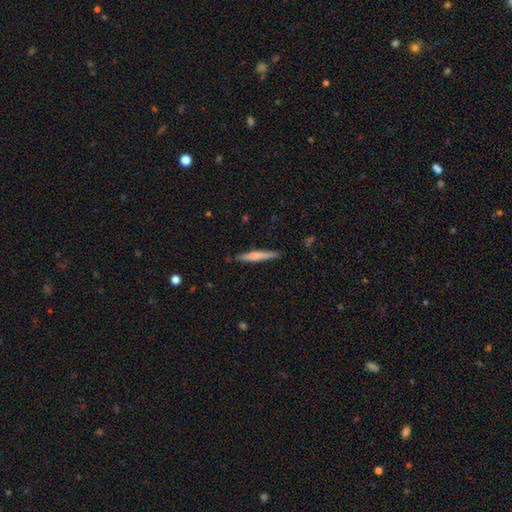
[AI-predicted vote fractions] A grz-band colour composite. It shows a smooth galaxy with no disk features (59%) that is cigar-shaped (94%). Merging: none (87%).